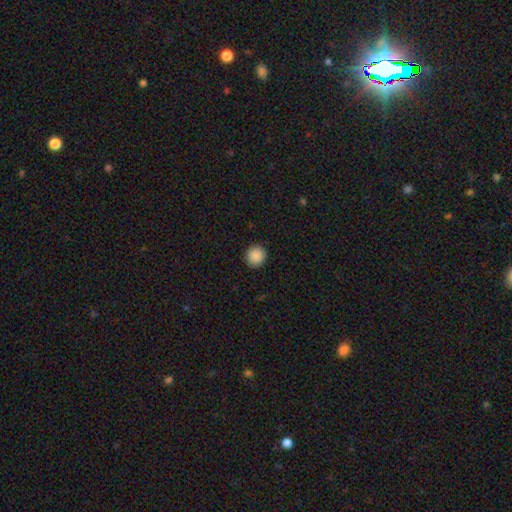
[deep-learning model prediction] Overall: smooth (88%). How rounded: round (93%). Merging: none (92%).